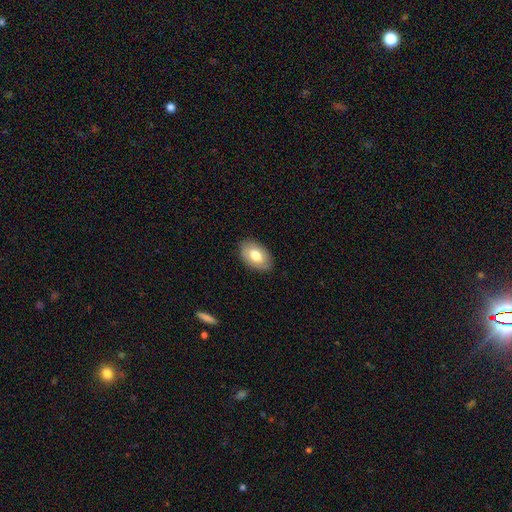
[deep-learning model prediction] This is likely a smooth galaxy (74%). How rounded: clearly in between (91%). Merging: clearly none (86%).